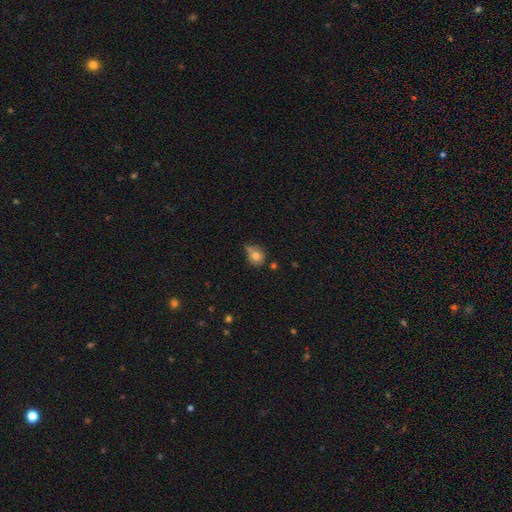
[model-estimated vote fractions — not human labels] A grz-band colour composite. It shows a smooth galaxy with no disk features (77%) that is round (80%). Merging: none (56%).